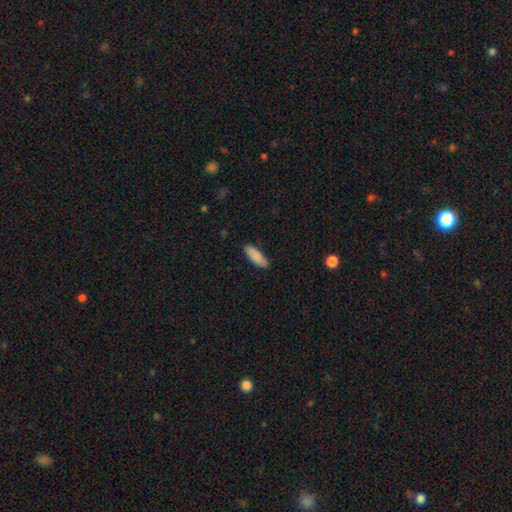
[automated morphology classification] Smooth or featured?
  - smooth: 88% *
  - featured or disk: 7%
  - star or artifact: 6%
How rounded?
  - in between: 57% *
  - cigar-shaped: 42%
  - round: 2%
Merging?
  - none: 85% *
  - minor disturbance: 12%
  - major disturbance: 2%
  - merger: 1%